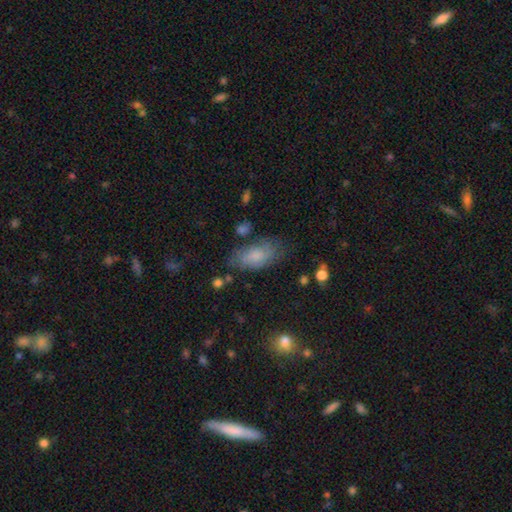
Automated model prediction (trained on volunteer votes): The model was most divided on "merging": none: 65%, minor disturbance: 23%, major disturbance: 8%, merger: 4%. More confident: how rounded — in between (90%); smooth or featured — smooth (71%).